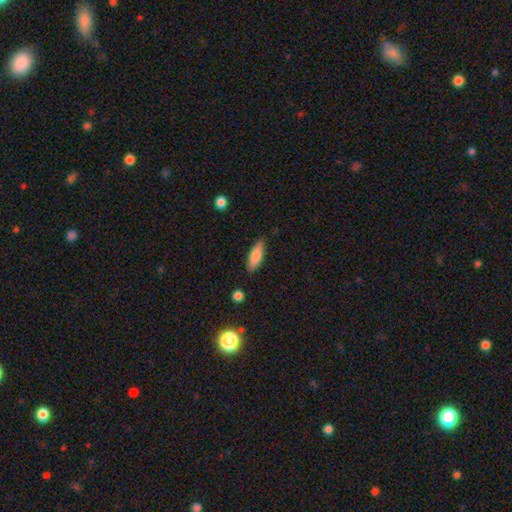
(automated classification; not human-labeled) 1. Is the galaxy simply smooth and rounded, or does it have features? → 78% smooth, 15% featured or disk, 6% star or artifact.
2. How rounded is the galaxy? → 52% in between, 46% cigar-shaped, 2% round.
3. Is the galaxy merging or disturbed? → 83% none, 12% minor disturbance, 2% major disturbance, 2% merger.